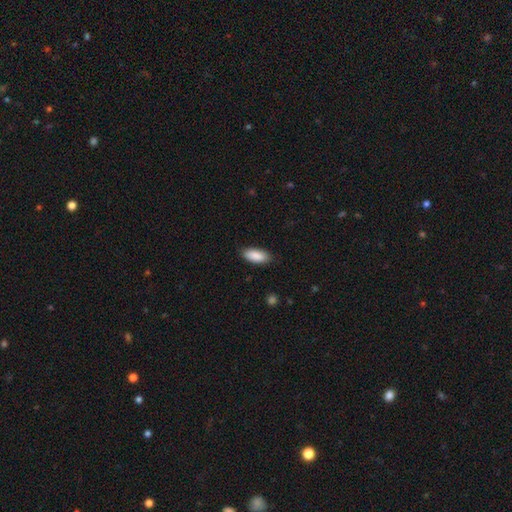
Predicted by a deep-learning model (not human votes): This appears to be a smooth galaxy with no disk features (89%) that is in between round and cigar-shaped (84%). Merging: none (85%).